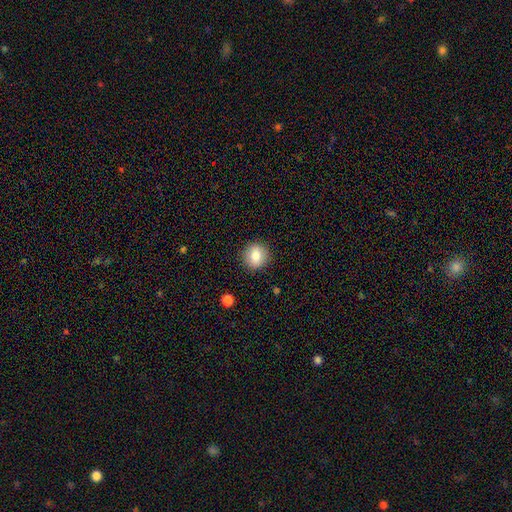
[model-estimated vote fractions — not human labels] A smooth galaxy with no disk features (80%) that is round (86%). Merging: none (90%).